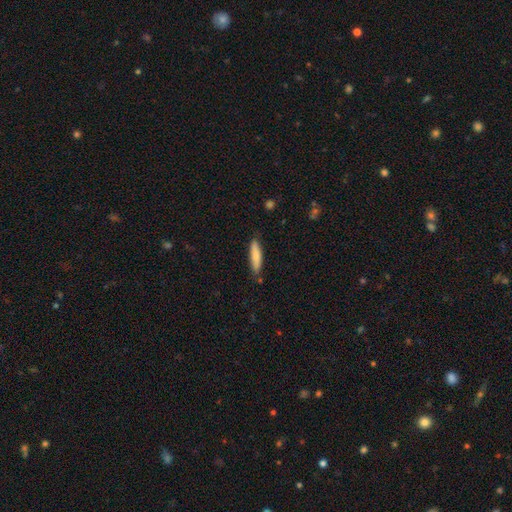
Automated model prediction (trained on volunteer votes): A smooth galaxy with no disk features (79%) that is cigar-shaped (79%). Merging: none (81%).